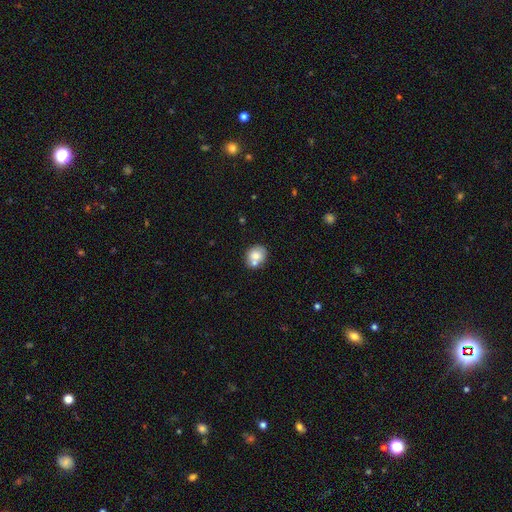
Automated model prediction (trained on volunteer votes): smooth_or_featured: smooth (p=0.74) [alt: featured or disk p=0.17]
how_rounded: round (p=0.65) [alt: in between p=0.34]
merging: none (p=0.57) [alt: merger p=0.27]